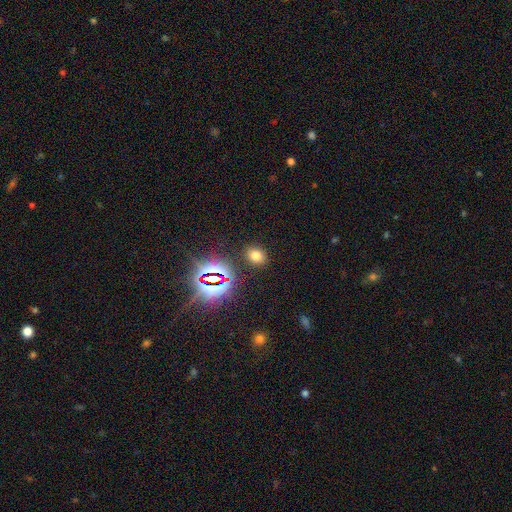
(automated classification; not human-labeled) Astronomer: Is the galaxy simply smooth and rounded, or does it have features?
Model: smooth — 69%.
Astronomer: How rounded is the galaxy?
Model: in between — 55% (runner-up: round, 44%).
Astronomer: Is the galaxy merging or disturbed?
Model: none — 87%.